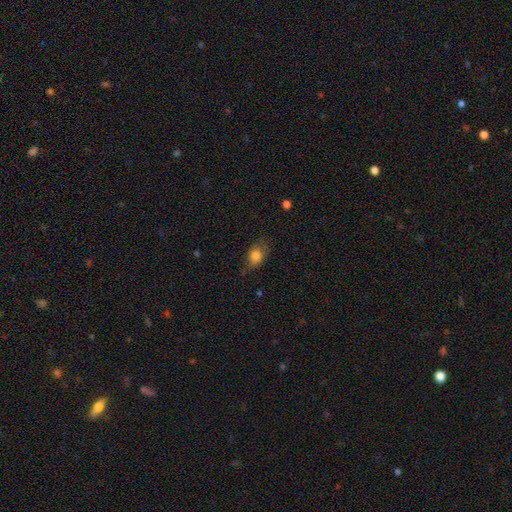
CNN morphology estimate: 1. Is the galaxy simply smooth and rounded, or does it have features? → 77% smooth, 14% featured or disk, 9% star or artifact.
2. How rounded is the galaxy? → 77% in between, 19% round, 4% cigar-shaped.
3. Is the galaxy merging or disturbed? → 62% none, 27% minor disturbance, 10% major disturbance, 2% merger.